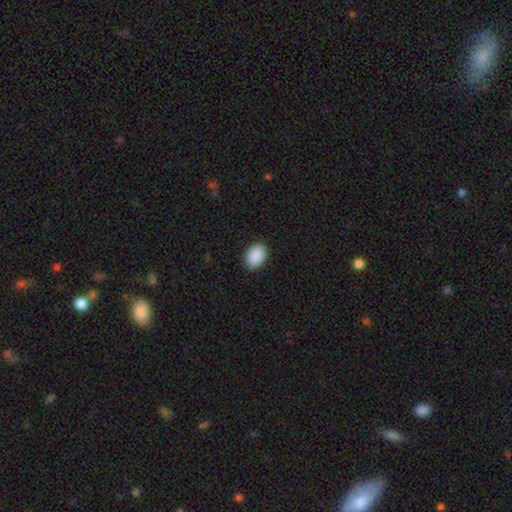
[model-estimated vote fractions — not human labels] smooth 91%, star or artifact 7%, featured or disk 2%. Down the decision tree: how rounded — in between (82%); merging — none (90%).